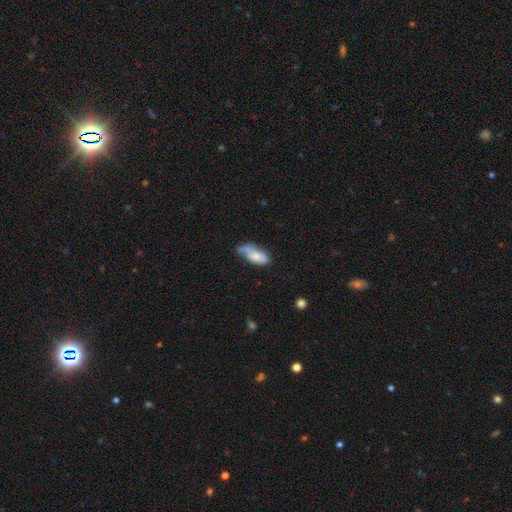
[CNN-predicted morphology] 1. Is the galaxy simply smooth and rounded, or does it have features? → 65% smooth, 28% featured or disk, 7% star or artifact.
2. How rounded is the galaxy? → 86% in between, 11% cigar-shaped, 3% round.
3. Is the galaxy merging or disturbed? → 36% none, 34% minor disturbance, 18% major disturbance, 13% merger.